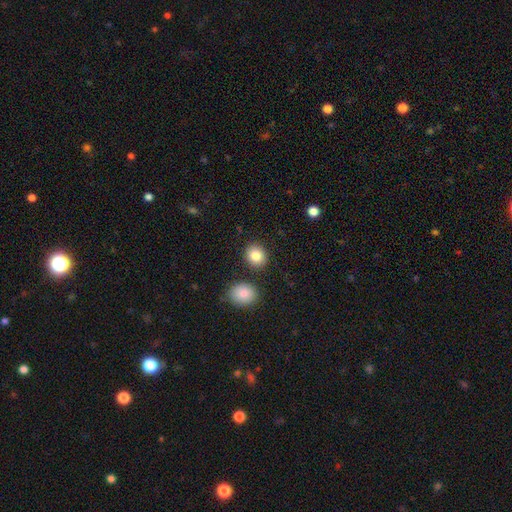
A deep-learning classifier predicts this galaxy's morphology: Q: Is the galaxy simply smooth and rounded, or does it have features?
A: smooth — 85%.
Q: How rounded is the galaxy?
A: round — 70%.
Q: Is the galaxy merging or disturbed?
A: none — 83%.